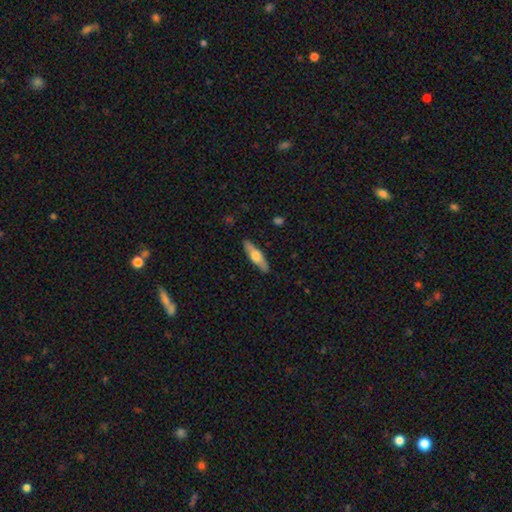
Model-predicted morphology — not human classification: The model was most divided on "smooth or featured": smooth: 52%, featured or disk: 43%, star or artifact: 5%. More confident: merging — none (89%); how rounded — cigar-shaped (67%).